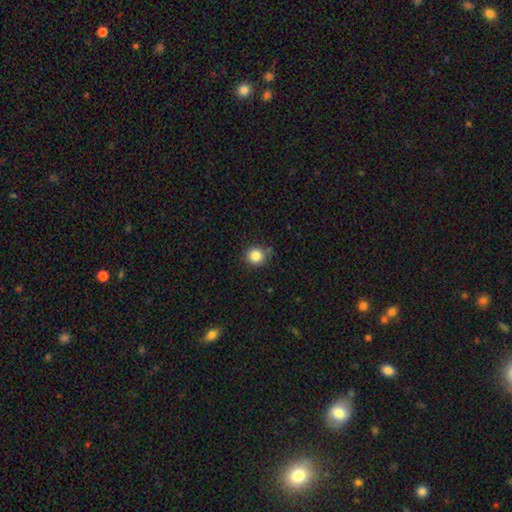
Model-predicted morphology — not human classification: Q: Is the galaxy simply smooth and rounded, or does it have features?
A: smooth — 85%.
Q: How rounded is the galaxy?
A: round — 92%.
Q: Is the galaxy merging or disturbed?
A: none — 81%.